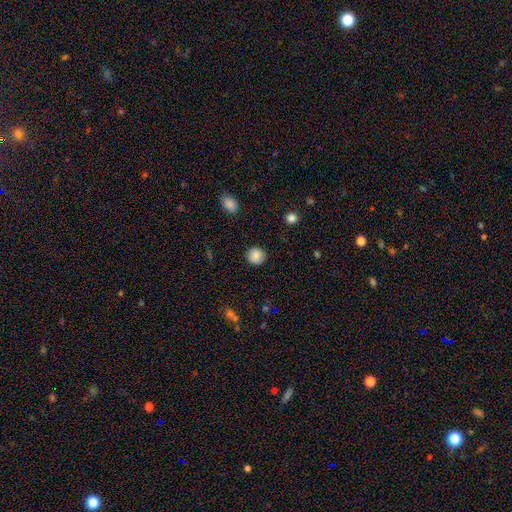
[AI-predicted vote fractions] smooth 87%, star or artifact 9%, featured or disk 4%. Down the decision tree: how rounded — round (91%); merging — none (90%).